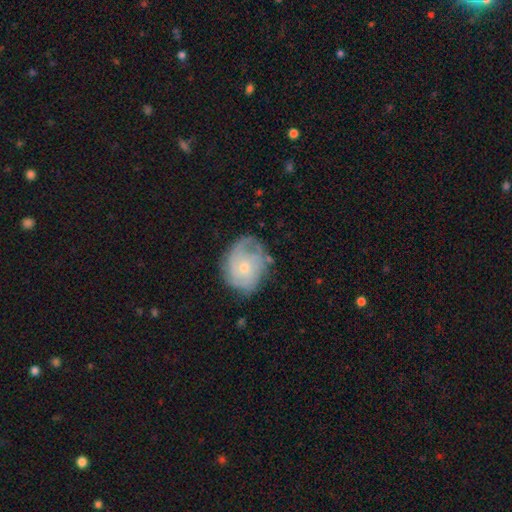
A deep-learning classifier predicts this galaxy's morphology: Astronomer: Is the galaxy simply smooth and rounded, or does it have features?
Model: featured or disk — 71%.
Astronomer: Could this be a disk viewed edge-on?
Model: no — 97%.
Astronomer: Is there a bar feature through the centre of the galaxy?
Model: no — 79%.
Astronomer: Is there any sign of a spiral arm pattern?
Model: yes — 88%.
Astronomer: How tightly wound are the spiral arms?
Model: tight — 58%.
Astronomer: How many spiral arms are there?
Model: can't tell — 38% (runner-up: 2, 24%).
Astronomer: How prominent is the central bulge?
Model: small — 60% (runner-up: moderate, 36%).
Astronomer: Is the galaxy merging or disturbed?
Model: none — 65%.